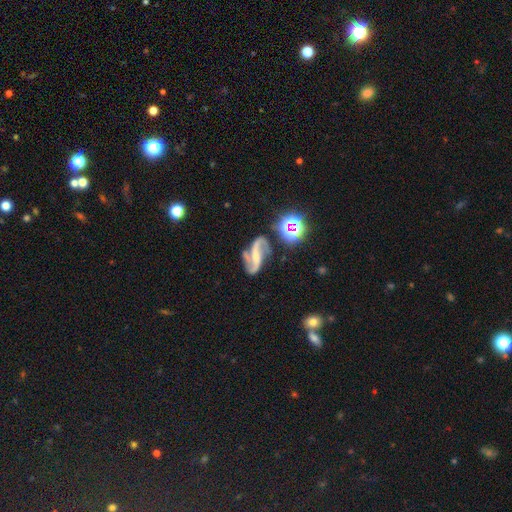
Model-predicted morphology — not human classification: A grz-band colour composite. It shows a featured or disk galaxy (84%) with a weak bar (38%), 2 (87%) loose (64%) spiral arms (96%) and a small central bulge (38%). Merging: none (62%).